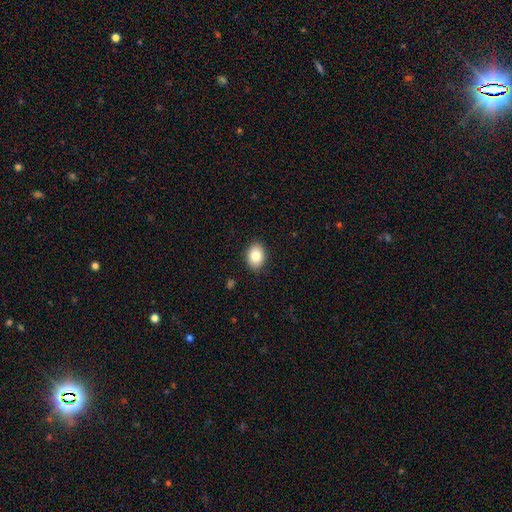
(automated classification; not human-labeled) Q: Smooth or featured?
A: smooth (85%); runner-up: star or artifact (8%)
Q: How rounded?
A: in between (68%); runner-up: round (31%)
Q: Merging?
A: none (88%); runner-up: minor disturbance (9%)